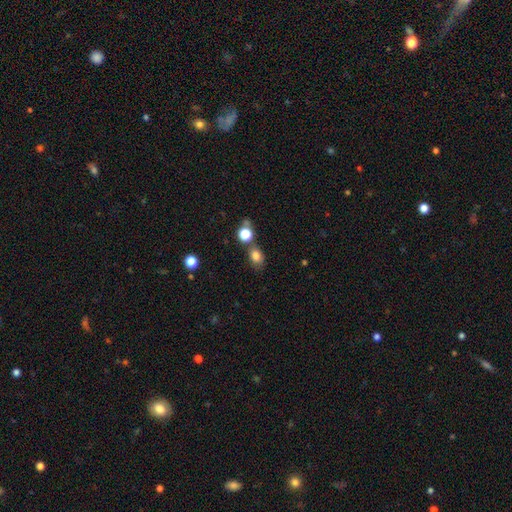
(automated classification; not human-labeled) Q: Smooth or featured?
A: smooth (80%); runner-up: star or artifact (13%)
Q: How rounded?
A: in between (61%); runner-up: round (37%)
Q: Merging?
A: none (65%); runner-up: merger (17%)